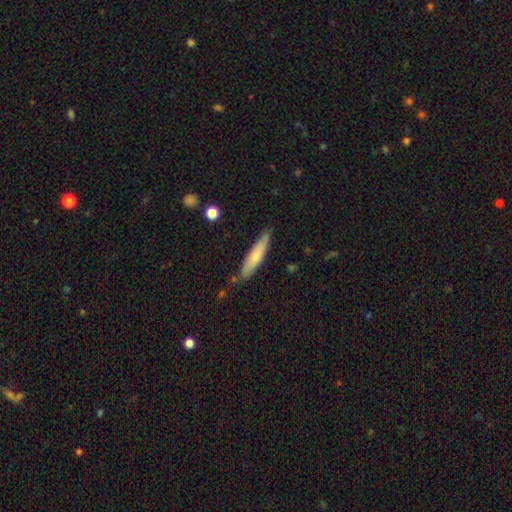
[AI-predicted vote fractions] A smooth galaxy with no disk features (61%) that is cigar-shaped (83%). Merging: none (78%).